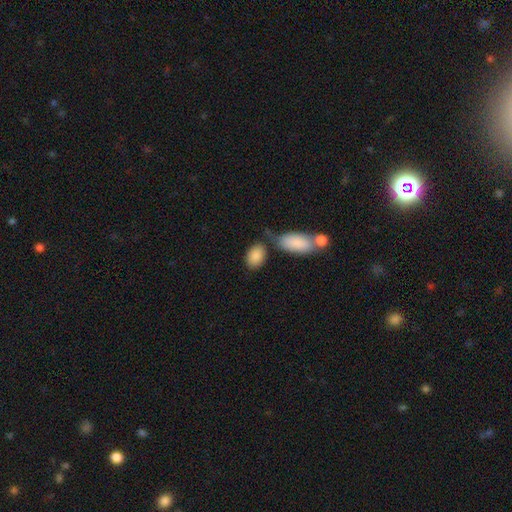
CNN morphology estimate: Q: Smooth or featured?
A: smooth (87%); runner-up: featured or disk (6%)
Q: How rounded?
A: in between (86%); runner-up: round (12%)
Q: Merging?
A: none (61%); runner-up: merger (18%)